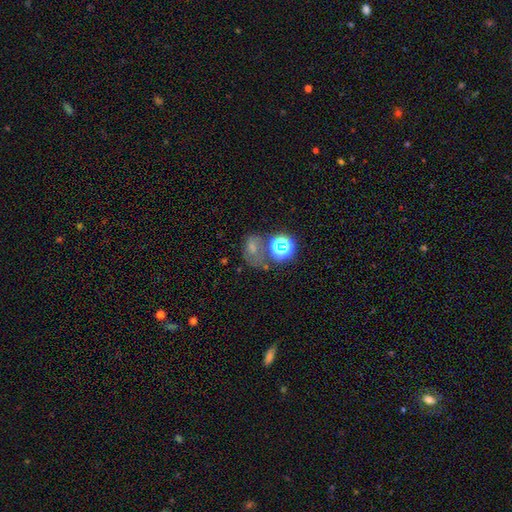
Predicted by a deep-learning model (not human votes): Smooth or featured? Predicted: star or artifact (p=0.50).